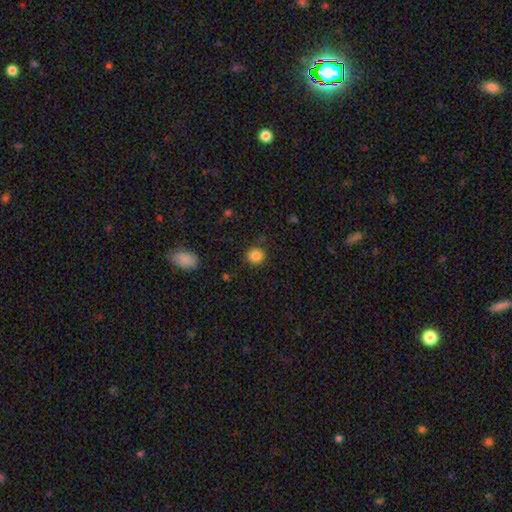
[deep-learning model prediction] smooth-or-featured: smooth: 85% | star or artifact: 11% | featured or disk: 4%
  how-rounded: round: 85% | in between: 14% | cigar-shaped: 1%
  merging: none: 86% | minor disturbance: 10% | major disturbance: 3% | merger: 2%